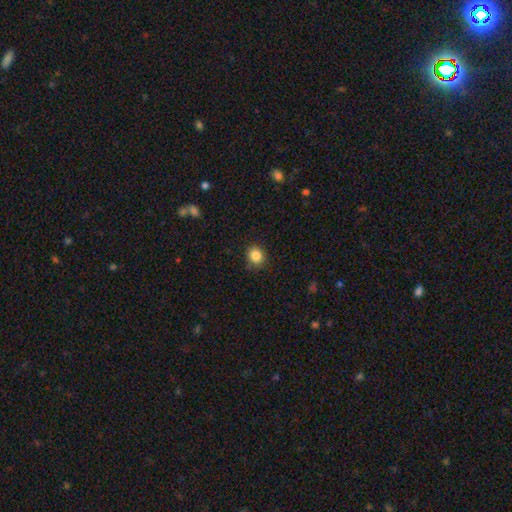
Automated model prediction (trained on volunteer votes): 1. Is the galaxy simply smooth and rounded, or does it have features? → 85% smooth, 11% star or artifact, 5% featured or disk.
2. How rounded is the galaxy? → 74% round, 25% in between, 1% cigar-shaped.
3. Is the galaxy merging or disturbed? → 85% none, 12% minor disturbance, 2% major disturbance, 1% merger.